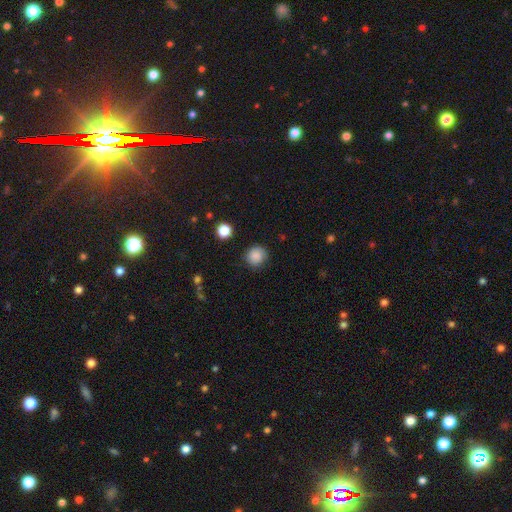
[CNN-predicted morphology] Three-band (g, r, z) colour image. It shows a smooth galaxy with no disk features (86%) that is round (90%). Merging: none (85%).